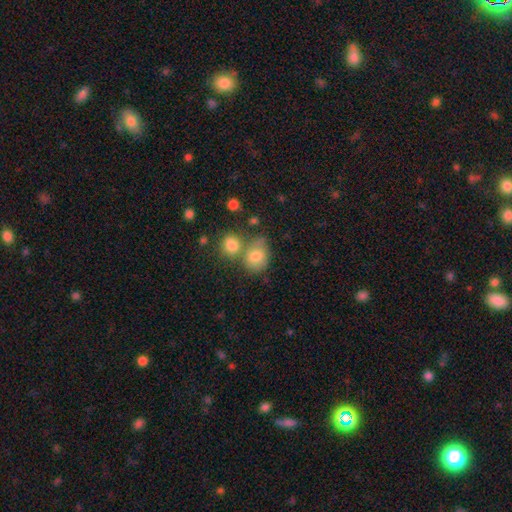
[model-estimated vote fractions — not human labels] smooth_or_featured: smooth (p=0.79) [alt: featured or disk p=0.11]
how_rounded: round (p=0.52) [alt: in between p=0.47]
merging: none (p=0.43) [alt: merger p=0.35]